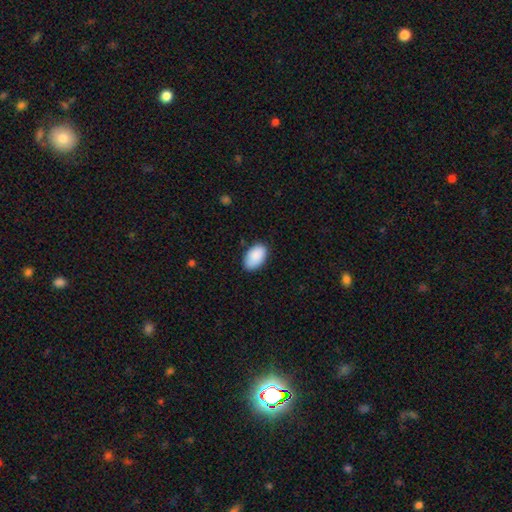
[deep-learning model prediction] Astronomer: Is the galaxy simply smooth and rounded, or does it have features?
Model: smooth — 90%.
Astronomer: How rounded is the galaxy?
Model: in between — 94%.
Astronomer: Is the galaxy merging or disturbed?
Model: none — 82%.